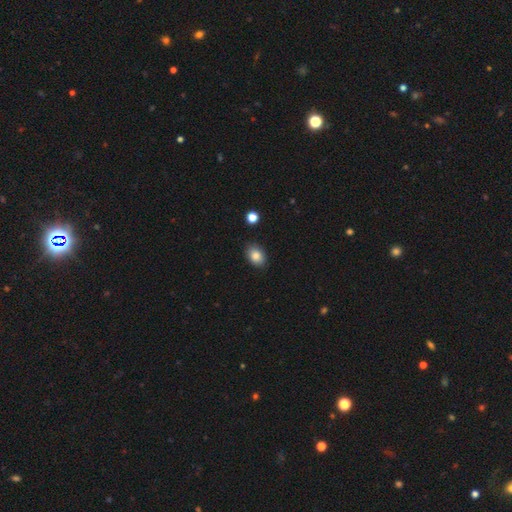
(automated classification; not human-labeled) A smooth galaxy with no disk features (85%) that is in between round and cigar-shaped (77%). Merging: none (87%).